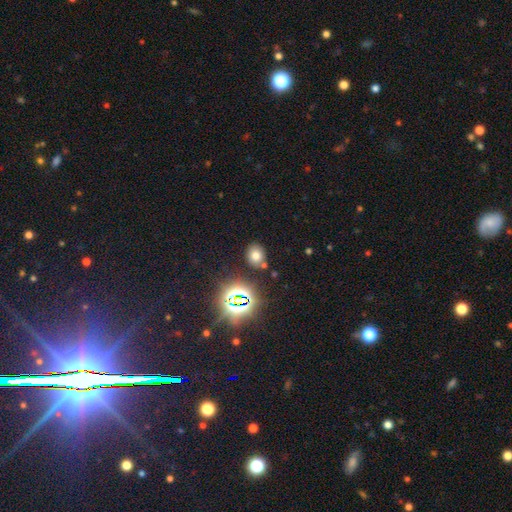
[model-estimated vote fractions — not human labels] Q: Smooth or featured?
A: smooth (67%); runner-up: star or artifact (23%)
Q: How rounded?
A: round (51%); runner-up: in between (48%)
Q: Merging?
A: none (77%); runner-up: minor disturbance (11%)